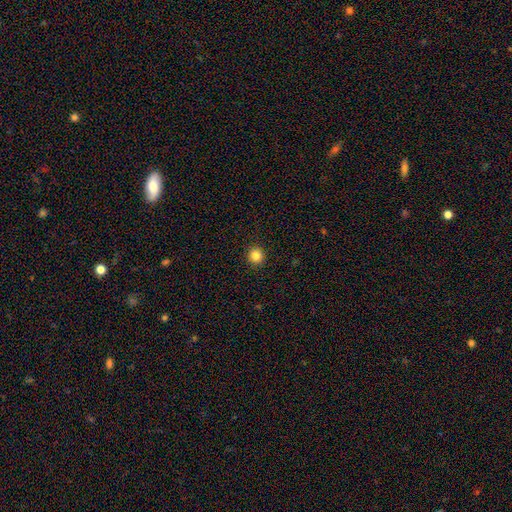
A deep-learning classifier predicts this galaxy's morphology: smooth-or-featured: smooth: 83% | star or artifact: 12% | featured or disk: 5%
  how-rounded: round: 94% | in between: 5% | cigar-shaped: 1%
  merging: none: 93% | minor disturbance: 4% | major disturbance: 1% | merger: 1%